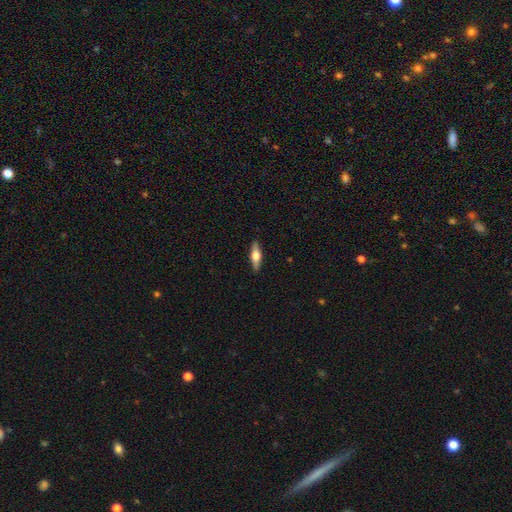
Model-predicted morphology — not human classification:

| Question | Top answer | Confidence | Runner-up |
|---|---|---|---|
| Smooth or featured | featured or disk | 50% | smooth (44%) |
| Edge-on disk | yes | 92% | no (8%) |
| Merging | none | 90% | minor disturbance (8%) |